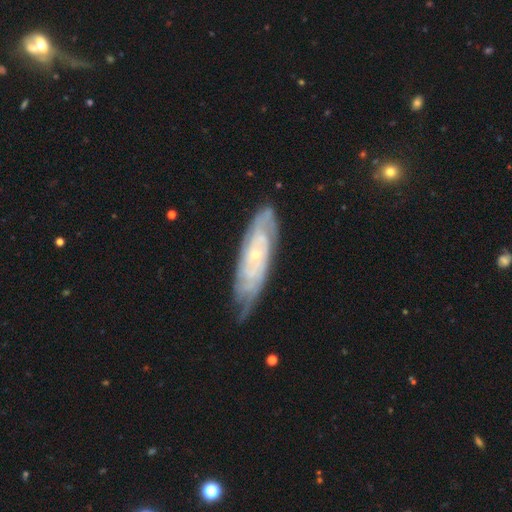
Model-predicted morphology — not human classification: featured or disk 81%, smooth 13%, star or artifact 6%. Down the decision tree: edge-on disk — no (83%); bar — no (74%); spiral arms — yes (93%); spiral arm count — can't tell (49%); spiral winding — tight (75%); bulge size — small (79%); merging — none (71%).